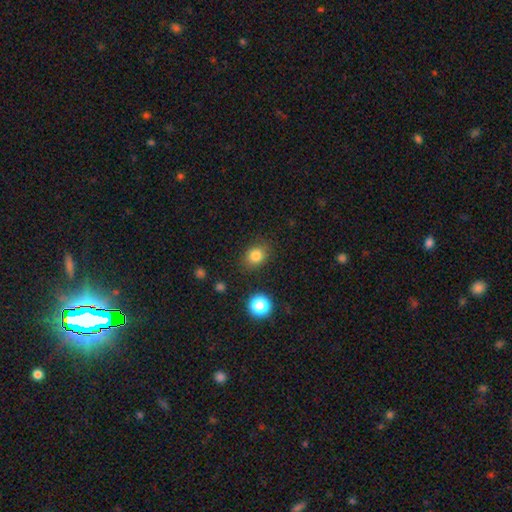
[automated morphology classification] Q: Smooth or featured?
A: smooth (82%); runner-up: star or artifact (12%)
Q: How rounded?
A: round (54%); runner-up: in between (45%)
Q: Merging?
A: none (84%); runner-up: minor disturbance (11%)